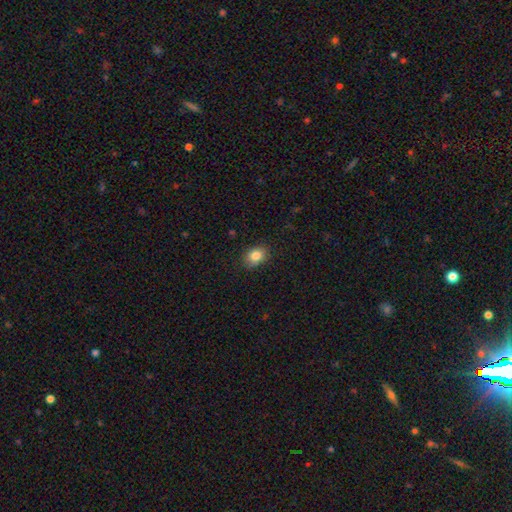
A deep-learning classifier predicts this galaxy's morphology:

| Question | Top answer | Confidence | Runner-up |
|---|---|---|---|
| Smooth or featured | smooth | 84% | star or artifact (9%) |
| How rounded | in between | 63% | round (36%) |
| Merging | none | 85% | minor disturbance (12%) |